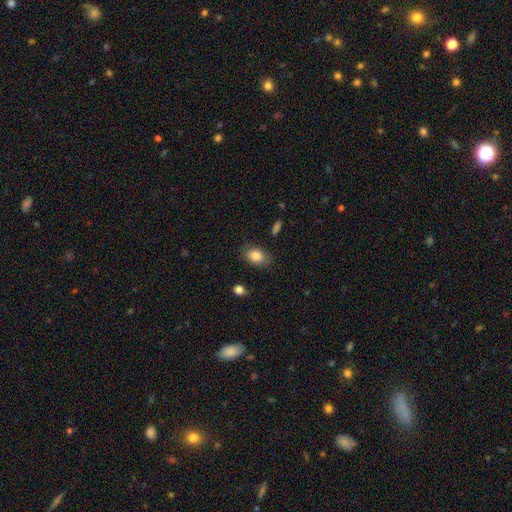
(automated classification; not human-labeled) A smooth galaxy with no disk features (84%) that is in between round and cigar-shaped (83%).

Vote fractions:
- Smooth or featured? smooth: 84% / featured or disk: 9% / star or artifact: 8%
- How rounded? in between: 83% / round: 15% / cigar-shaped: 1%
- Merging? none: 78% / minor disturbance: 16% / major disturbance: 4% / merger: 2%